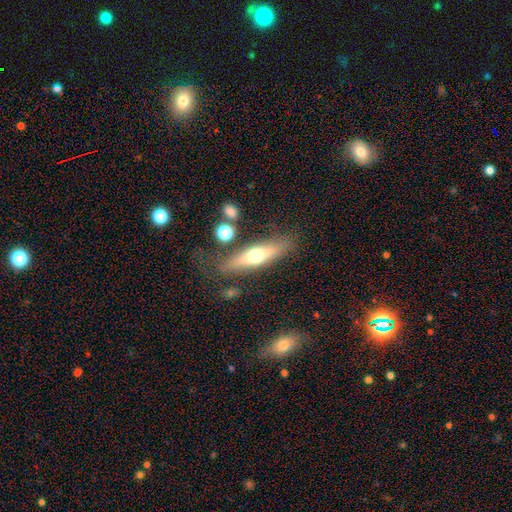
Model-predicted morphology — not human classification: Q: Smooth or featured?
A: smooth (47%); runner-up: featured or disk (46%)
Q: Merging?
A: none (77%); runner-up: minor disturbance (14%)